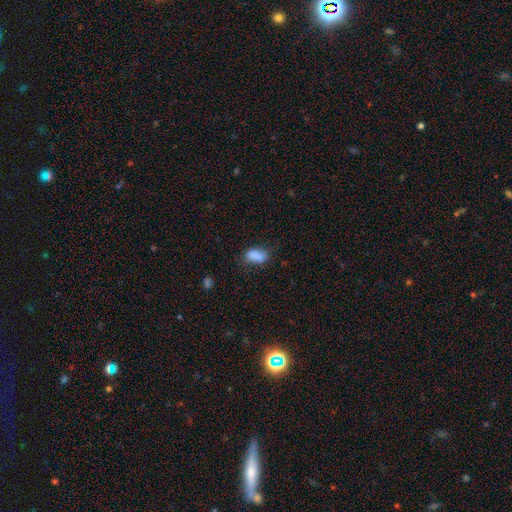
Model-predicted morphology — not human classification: A smooth galaxy with no disk features (85%) that is in between round and cigar-shaped (89%).

Vote fractions:
- Smooth or featured? smooth: 85% / star or artifact: 9% / featured or disk: 6%
- How rounded? in between: 89% / round: 6% / cigar-shaped: 5%
- Merging? none: 60% / minor disturbance: 28% / major disturbance: 10% / merger: 2%